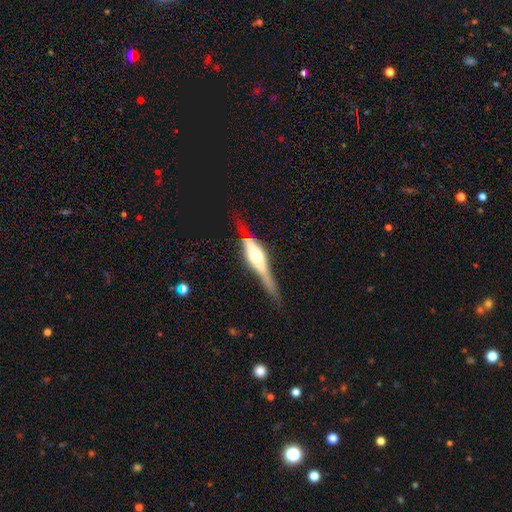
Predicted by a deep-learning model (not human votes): Q: Smooth or featured?
A: featured or disk (71%); runner-up: smooth (22%)
Q: Edge-on disk?
A: yes (90%); runner-up: no (10%)
Q: Edge-on bulge?
A: rounded (77%); runner-up: boxy (20%)
Q: Merging?
A: none (51%); runner-up: minor disturbance (26%)